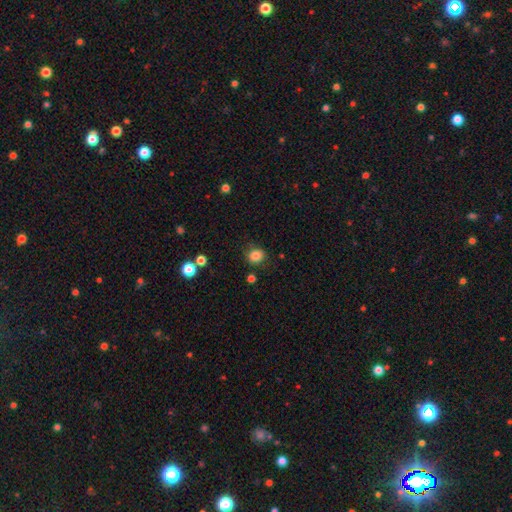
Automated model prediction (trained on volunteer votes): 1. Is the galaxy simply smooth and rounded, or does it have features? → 83% smooth, 11% star or artifact, 6% featured or disk.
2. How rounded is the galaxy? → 73% round, 26% in between, 1% cigar-shaped.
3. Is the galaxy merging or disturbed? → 81% none, 13% minor disturbance, 4% major disturbance, 3% merger.